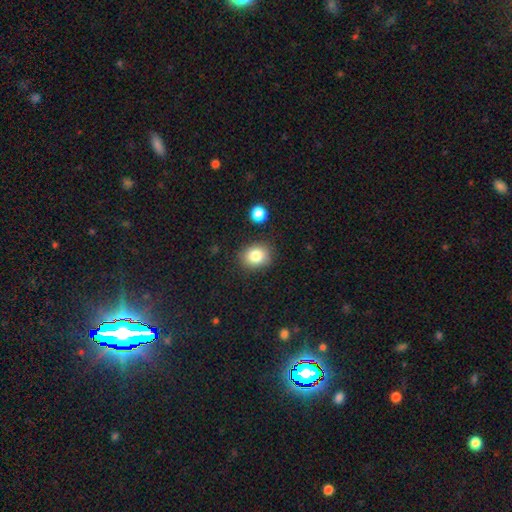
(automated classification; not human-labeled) Smooth or featured? Predicted: smooth (p=0.83). How rounded? Predicted: round (p=0.56). Merging? Predicted: none (p=0.84).